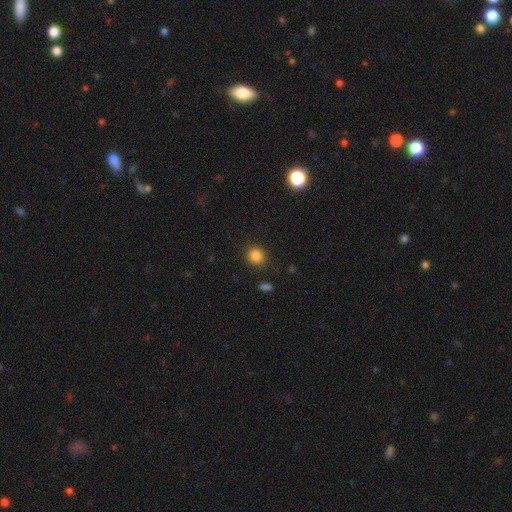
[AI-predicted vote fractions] Smooth or featured? Predicted: smooth (p=0.84). How rounded? Predicted: round (p=0.79). Merging? Predicted: none (p=0.86).